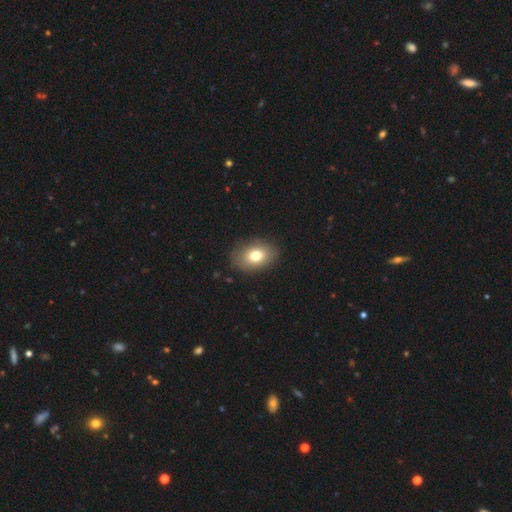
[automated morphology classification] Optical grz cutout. It shows a smooth galaxy with no disk features (76%) that is in between round and cigar-shaped (76%). Merging: none (86%).